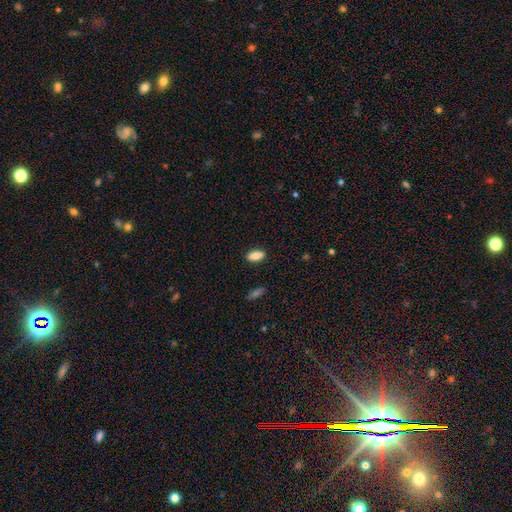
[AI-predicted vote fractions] A smooth galaxy with no disk features (85%) that is in between round and cigar-shaped (84%). Merging: none (88%).